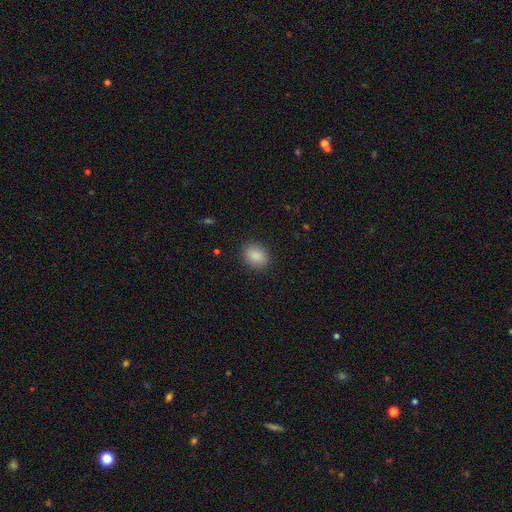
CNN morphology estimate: Smooth or featured: smooth — 89% (star or artifact — 8%)
How rounded: in between — 60% (round — 39%)
Merging: none — 88% (minor disturbance — 8%)